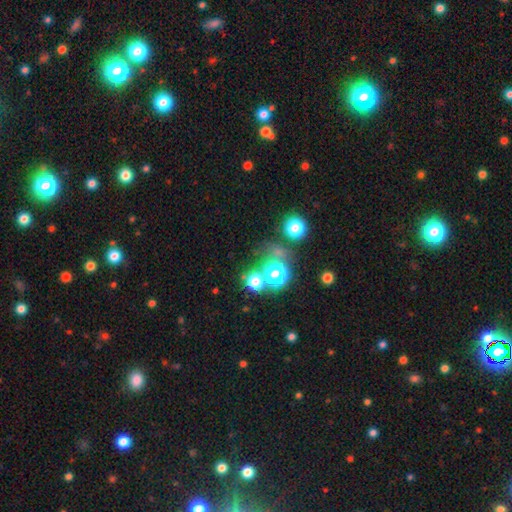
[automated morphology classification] This is possibly a star or artifact rather than a galaxy (57%).